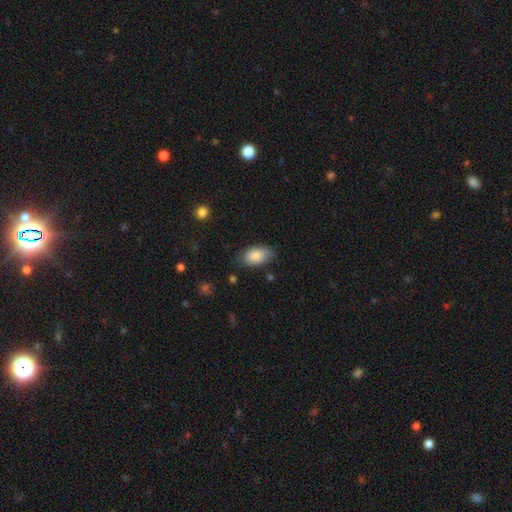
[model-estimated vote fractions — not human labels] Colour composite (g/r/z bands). It shows a smooth galaxy with no disk features (86%) that is in between round and cigar-shaped (92%). Merging: none (74%).